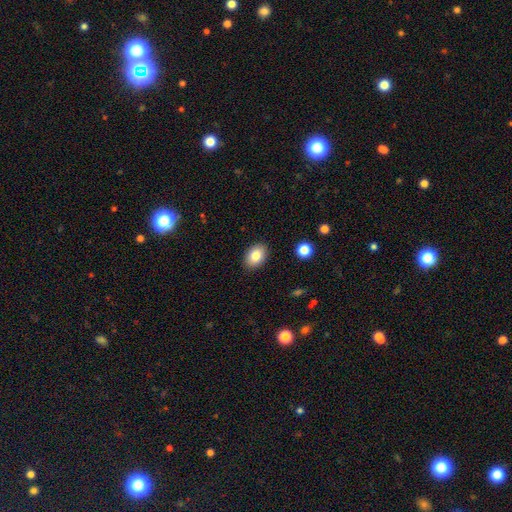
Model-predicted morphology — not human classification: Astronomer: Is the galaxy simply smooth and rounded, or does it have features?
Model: smooth — 83%.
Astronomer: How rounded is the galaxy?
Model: in between — 81%.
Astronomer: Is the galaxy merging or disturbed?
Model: none — 88%.